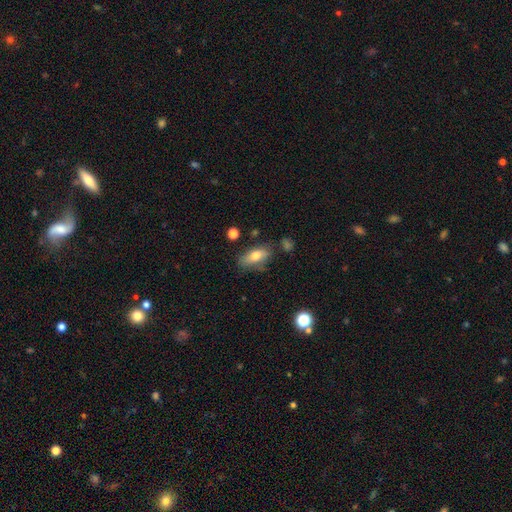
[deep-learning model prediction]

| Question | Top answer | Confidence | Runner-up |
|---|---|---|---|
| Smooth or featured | smooth | 73% | featured or disk (20%) |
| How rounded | in between | 84% | cigar-shaped (11%) |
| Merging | none | 68% | minor disturbance (21%) |